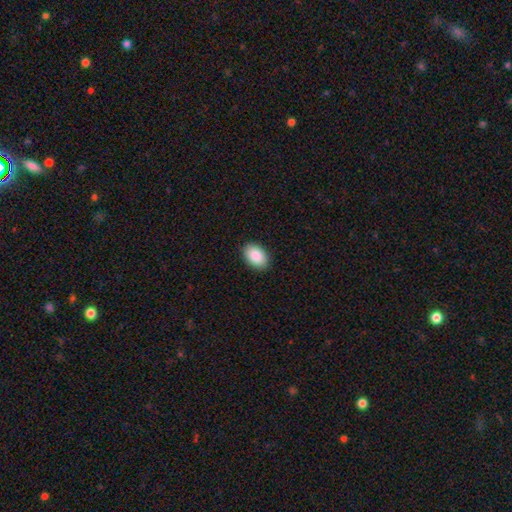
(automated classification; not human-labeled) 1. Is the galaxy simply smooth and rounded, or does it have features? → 90% smooth, 6% star or artifact, 4% featured or disk.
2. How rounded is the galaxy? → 90% in between, 9% round, 1% cigar-shaped.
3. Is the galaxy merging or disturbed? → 90% none, 8% minor disturbance, 2% major disturbance, 1% merger.